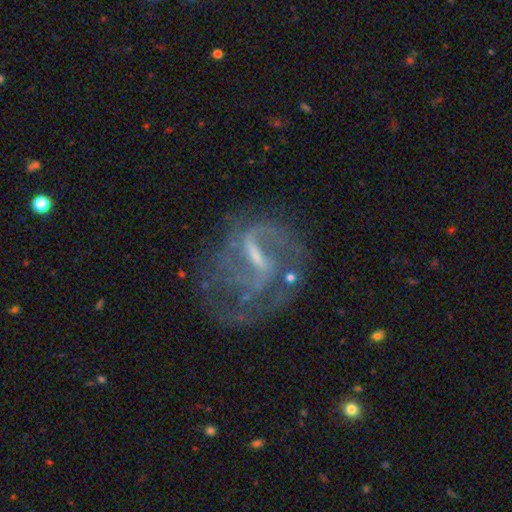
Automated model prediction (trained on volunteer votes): Smooth or featured?
  - featured or disk: 80% *
  - star or artifact: 12%
  - smooth: 8%
Edge-on disk?
  - no: 96% *
  - yes: 4%
Bar?
  - weak: 44% *
  - strong: 43%
  - no: 13%
Spiral arms?
  - yes: 85% *
  - no: 15%
Spiral winding?
  - medium: 43% *
  - loose: 33%
  - tight: 24%
Spiral arm count?
  - 2: 49% *
  - can't tell: 25%
  - 3: 9%
  - 1: 9%
  - 4: 4%
  - more than 4: 3%
Bulge size?
  - small: 49% *
  - none: 26%
  - moderate: 22%
  - large: 2%
  - dominant: 1%
Merging?
  - none: 55% *
  - major disturbance: 23%
  - minor disturbance: 19%
  - merger: 4%